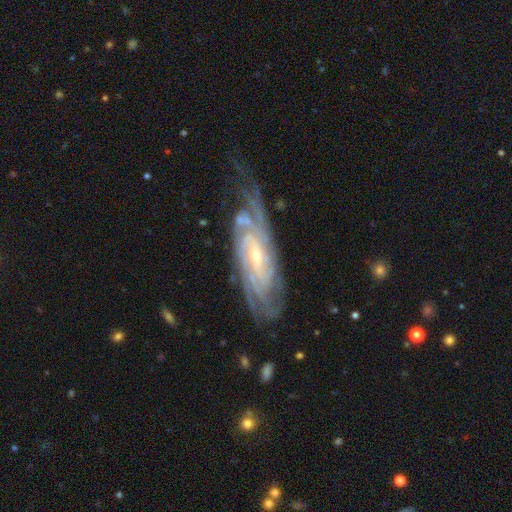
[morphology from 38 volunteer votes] Smooth or featured?
  - featured or disk: 87% *
  - smooth: 8%
  - star or artifact: 5%
Edge-on disk?
  - no: 97% *
  - yes: 3%
Bar?
  - weak: 53% *
  - no: 28%
  - strong: 19%
Spiral arms?
  - yes: 100% *
  - no: 0%
Spiral winding?
  - tight: 66% *
  - medium: 25%
  - loose: 9%
Spiral arm count?
  - can't tell: 38% *
  - 4: 28%
  - more than 4: 19%
  - 3: 9%
  - 2: 6%
  - 1: 0%
Bulge size?
  - small: 59% *
  - moderate: 38%
  - dominant: 3%
  - large: 0%
  - none: 0%
Merging?
  - none: 53% *
  - minor disturbance: 33%
  - major disturbance: 14%
  - merger: 0%